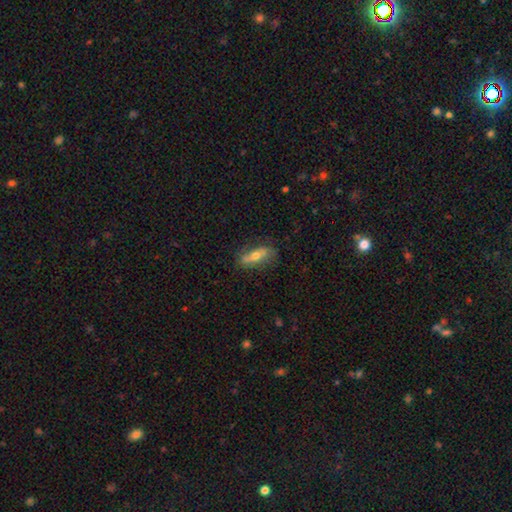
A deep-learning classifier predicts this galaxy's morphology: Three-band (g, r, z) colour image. It shows a featured or disk galaxy (51%). Merging: none (73%).